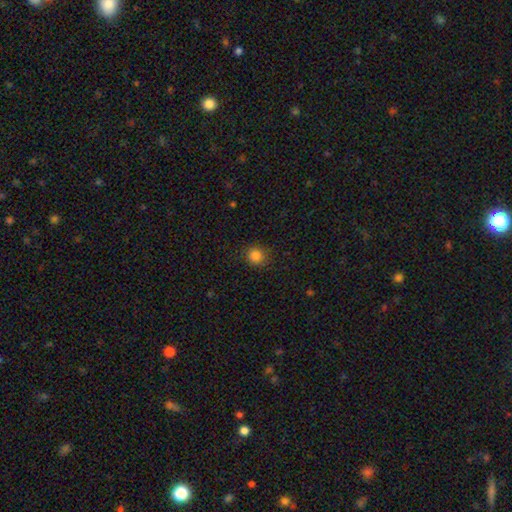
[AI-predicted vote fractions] This appears to be a smooth galaxy with no disk features (84%) that is round (87%). Merging: none (88%).